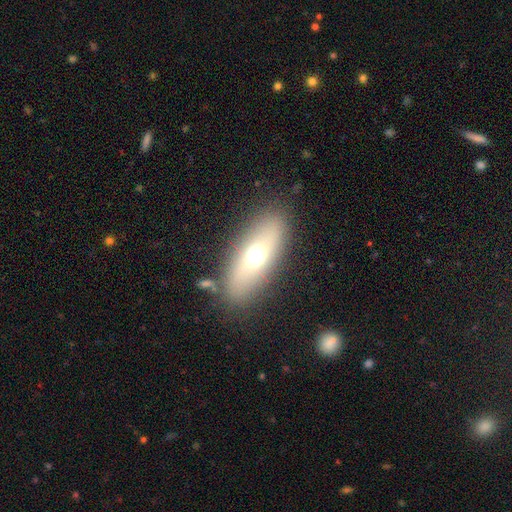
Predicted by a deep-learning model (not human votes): This is possibly a smooth galaxy (58%). How rounded: likely in between (74%). Merging: clearly none (83%).